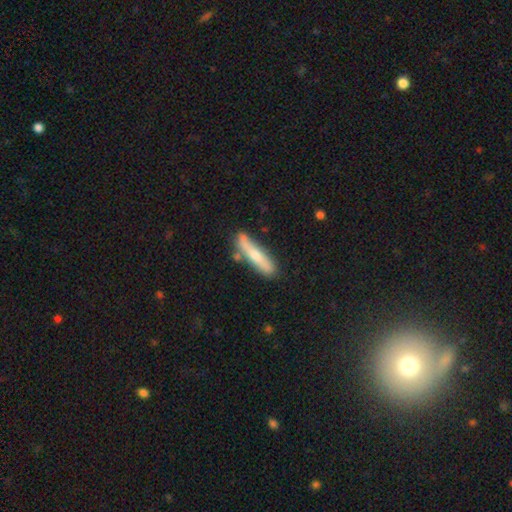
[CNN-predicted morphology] Overall: smooth (60%; featured or disk 35%). How rounded: cigar-shaped (84%). Merging: none (72%).